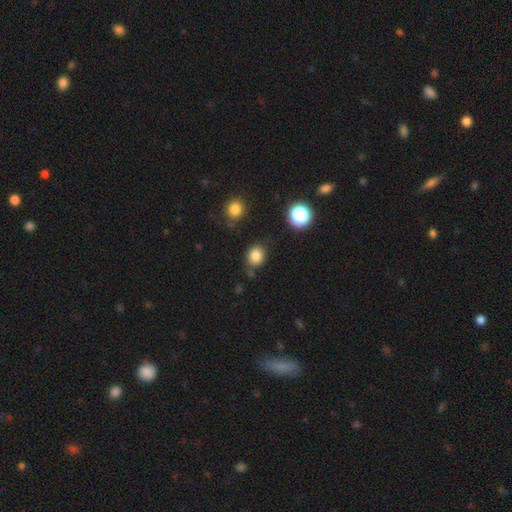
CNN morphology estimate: smooth-or-featured: smooth: 83% | star or artifact: 12% | featured or disk: 5%
  how-rounded: round: 66% | in between: 33% | cigar-shaped: 1%
  merging: none: 77% | minor disturbance: 15% | merger: 4% | major disturbance: 4%